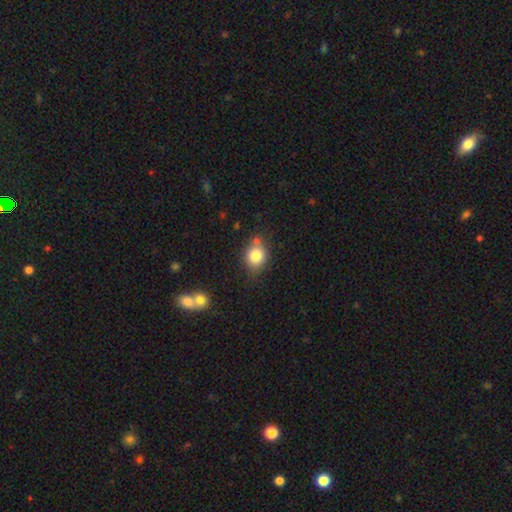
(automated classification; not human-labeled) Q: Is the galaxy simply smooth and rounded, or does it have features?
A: smooth — 81%.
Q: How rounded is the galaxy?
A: round — 66%.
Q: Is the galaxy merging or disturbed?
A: none — 69%.